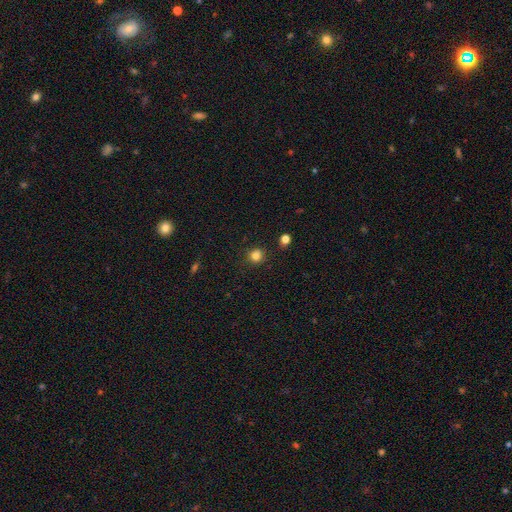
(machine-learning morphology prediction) A smooth galaxy with no disk features (82%) that is round (88%).

Vote fractions:
- Smooth or featured? smooth: 82% / star or artifact: 13% / featured or disk: 5%
- How rounded? round: 88% / in between: 11% / cigar-shaped: 1%
- Merging? none: 87% / minor disturbance: 9% / major disturbance: 2% / merger: 2%